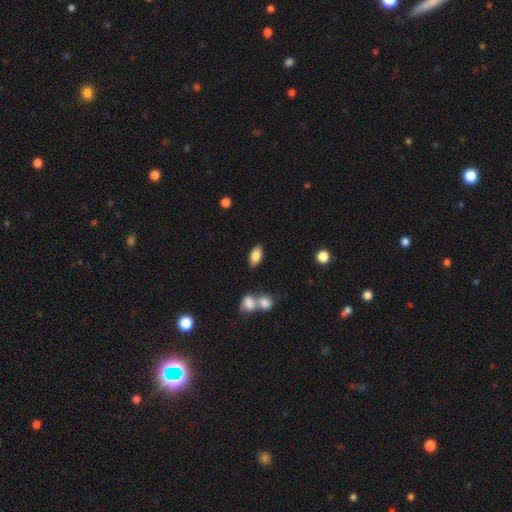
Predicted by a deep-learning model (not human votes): A smooth galaxy with no disk features (83%) that is in between round and cigar-shaped (90%). Merging: none (82%).